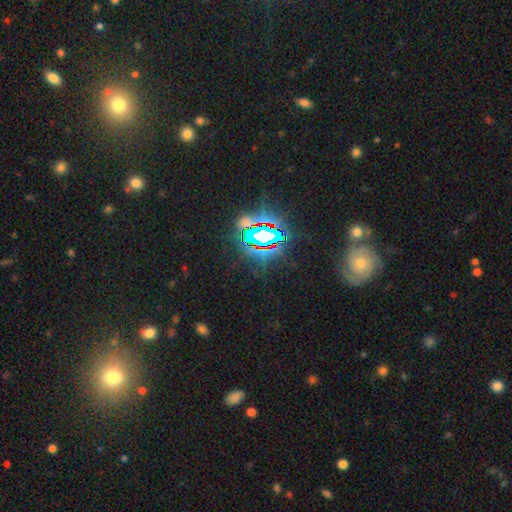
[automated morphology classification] Smooth or featured?
  - star or artifact: 73% *
  - smooth: 14%
  - featured or disk: 12%